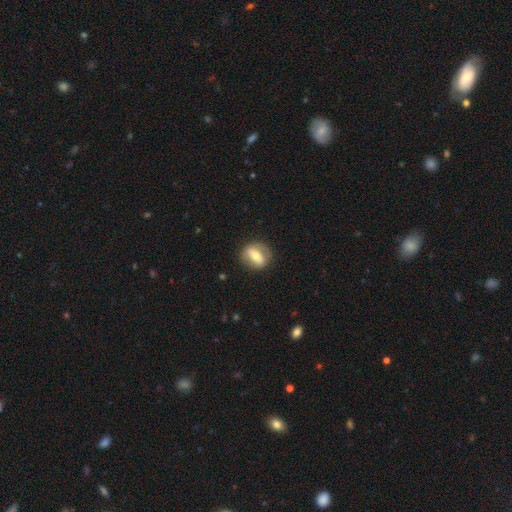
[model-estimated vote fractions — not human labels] Smooth or featured? Predicted: featured or disk (p=0.49). Merging? Predicted: none (p=0.77).